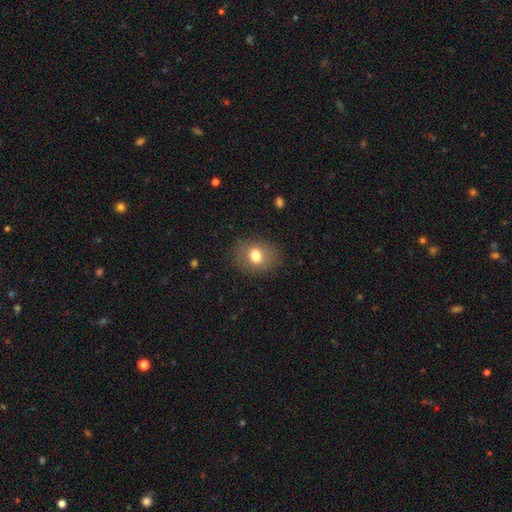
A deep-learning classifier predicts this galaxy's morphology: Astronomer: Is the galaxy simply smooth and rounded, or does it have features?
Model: smooth — 75%.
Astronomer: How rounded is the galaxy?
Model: in between — 50% (runner-up: round, 49%).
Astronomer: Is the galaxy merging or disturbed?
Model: none — 84%.